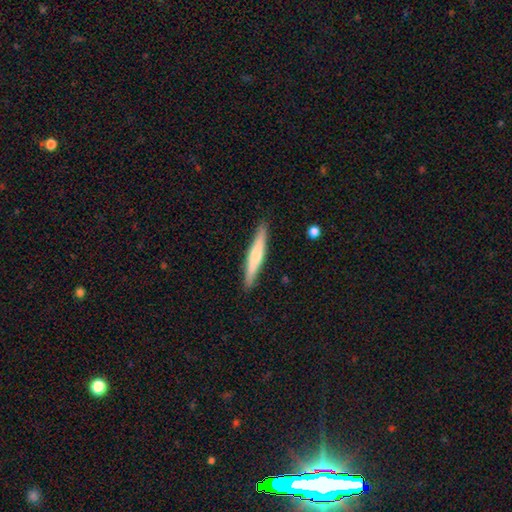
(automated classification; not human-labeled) The model was most divided on "smooth or featured": smooth: 54%, featured or disk: 41%, star or artifact: 5%. More confident: how rounded — cigar-shaped (94%); merging — none (90%).